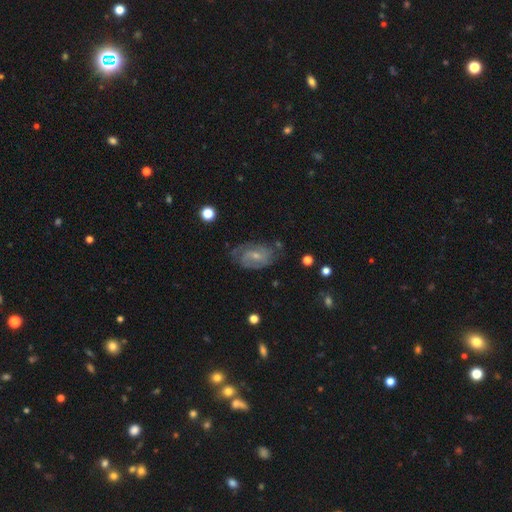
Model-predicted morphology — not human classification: featured or disk 72%, smooth 20%, star or artifact 8%. Down the decision tree: edge-on disk — no (96%); bar — weak (50%); spiral arms — yes (87%); spiral arm count — 2 (50%); spiral winding — tight (42%); bulge size — small (62%); merging — none (63%).